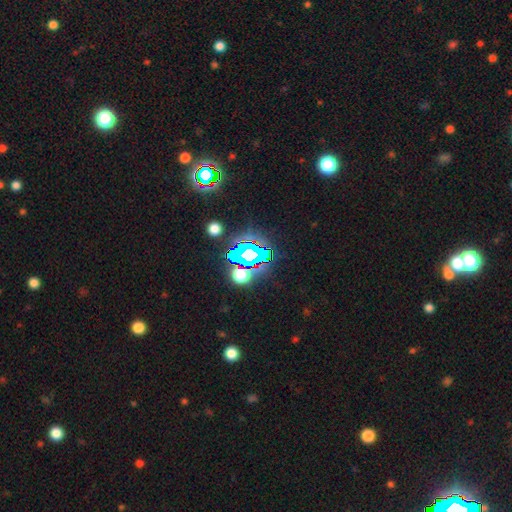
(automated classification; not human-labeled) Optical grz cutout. It shows a star or artifact, not a galaxy (81%).